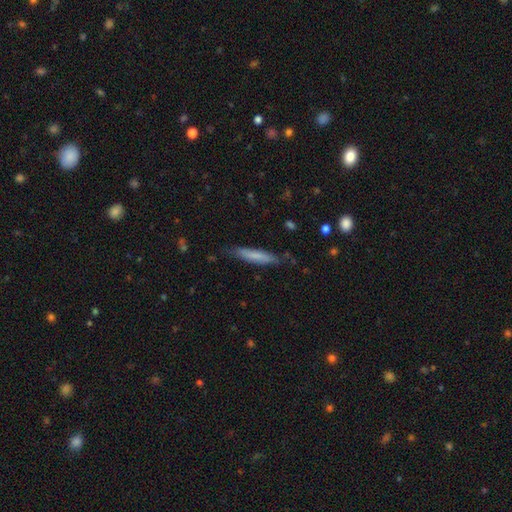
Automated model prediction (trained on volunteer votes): Smooth or featured?
  - smooth: 71% *
  - featured or disk: 23%
  - star or artifact: 6%
How rounded?
  - cigar-shaped: 90% *
  - in between: 9%
  - round: 1%
Merging?
  - none: 79% *
  - minor disturbance: 16%
  - major disturbance: 3%
  - merger: 2%